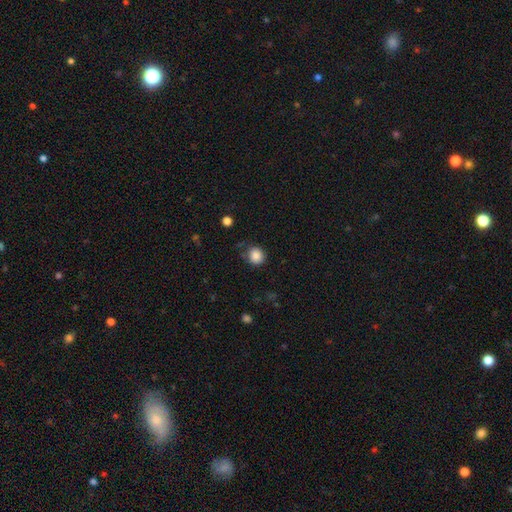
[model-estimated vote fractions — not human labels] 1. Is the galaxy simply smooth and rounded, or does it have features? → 86% smooth, 10% star or artifact, 4% featured or disk.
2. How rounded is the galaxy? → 85% round, 14% in between, 1% cigar-shaped.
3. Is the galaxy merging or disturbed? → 78% none, 15% minor disturbance, 4% major disturbance, 2% merger.